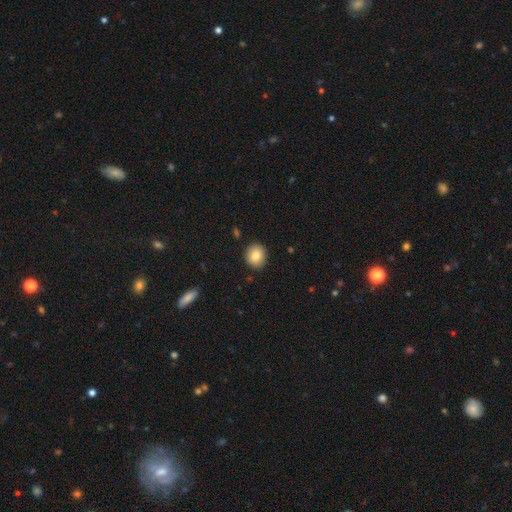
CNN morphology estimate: Smooth or featured?
  - smooth: 84% *
  - star or artifact: 9%
  - featured or disk: 7%
How rounded?
  - round: 77% *
  - in between: 22%
  - cigar-shaped: 1%
Merging?
  - none: 89% *
  - minor disturbance: 7%
  - major disturbance: 2%
  - merger: 1%